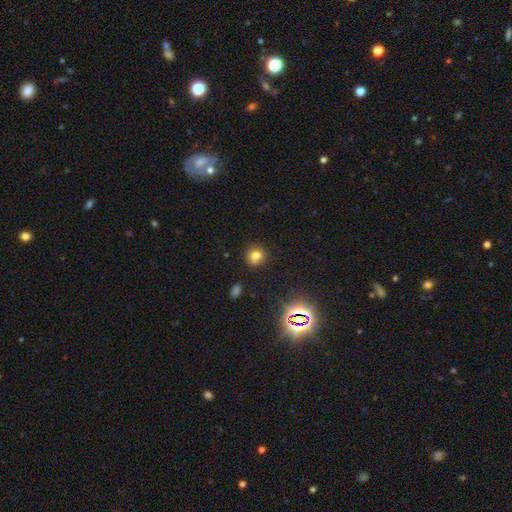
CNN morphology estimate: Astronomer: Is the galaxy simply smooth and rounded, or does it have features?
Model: smooth — 72%.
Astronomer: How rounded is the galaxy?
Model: round — 86%.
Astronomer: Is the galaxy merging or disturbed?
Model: none — 78%.